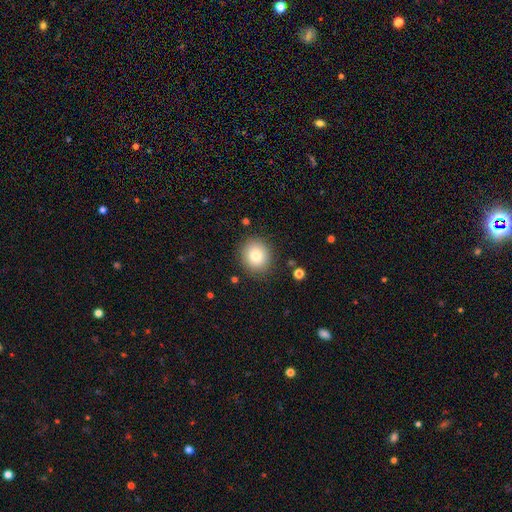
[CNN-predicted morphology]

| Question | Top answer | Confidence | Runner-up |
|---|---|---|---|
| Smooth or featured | smooth | 81% | star or artifact (10%) |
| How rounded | round | 81% | in between (18%) |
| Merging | none | 87% | minor disturbance (9%) |